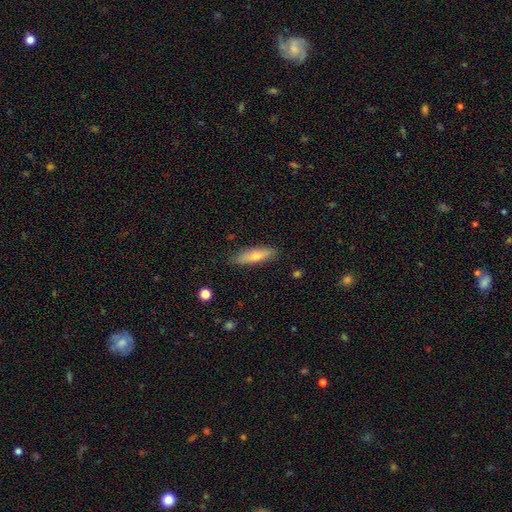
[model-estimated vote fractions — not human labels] The model was most divided on "smooth or featured": smooth: 63%, featured or disk: 31%, star or artifact: 7%. More confident: merging — none (87%); how rounded — cigar-shaped (68%).